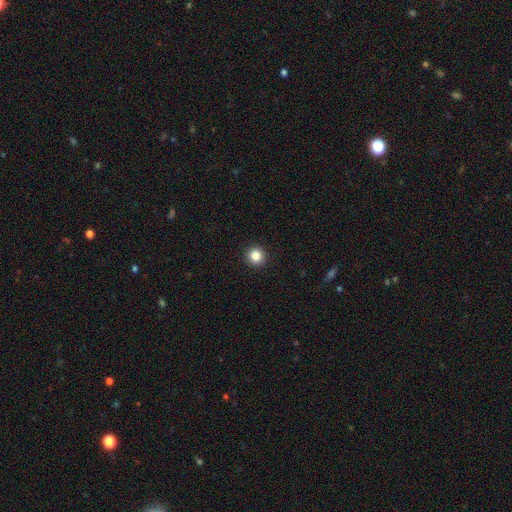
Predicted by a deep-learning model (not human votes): Smooth or featured: smooth — 85% (star or artifact — 11%)
How rounded: round — 94% (in between — 5%)
Merging: none — 93% (minor disturbance — 4%)